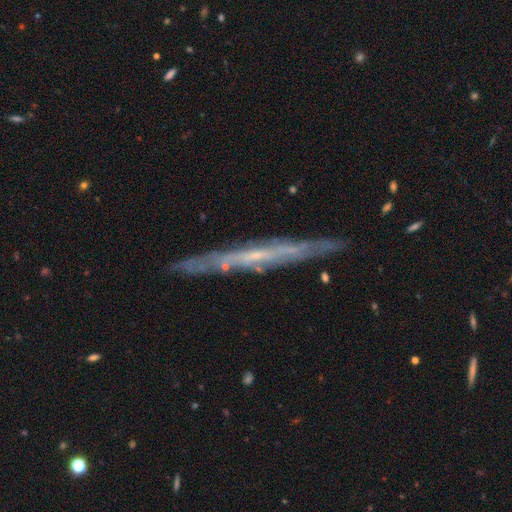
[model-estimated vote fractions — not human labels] The model was most divided on "smooth or featured": featured or disk: 74%, smooth: 19%, star or artifact: 7%. More confident: edge-on disk — yes (88%); merging — none (84%); edge-on bulge — none (76%).